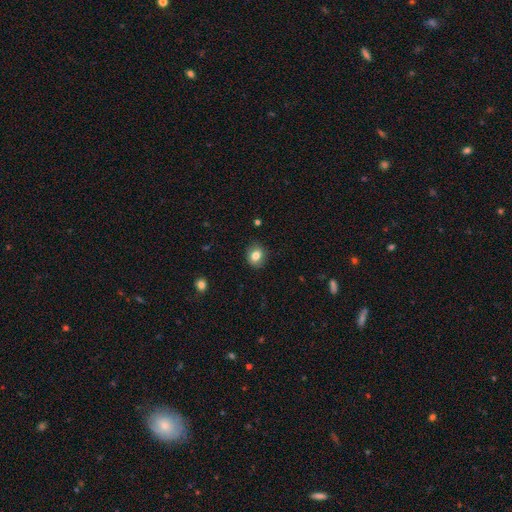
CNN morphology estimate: Overall: smooth (81%). How rounded: round (69%; in between 30%). Merging: none (88%).